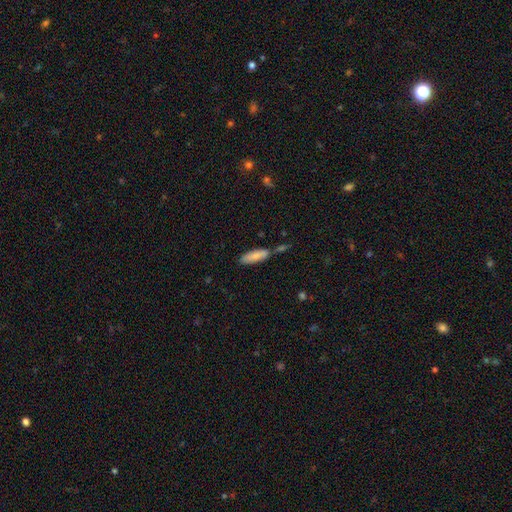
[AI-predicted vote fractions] Smooth or featured? Predicted: smooth (p=0.80). How rounded? Predicted: in between (p=0.50). Merging? Predicted: none (p=0.55).